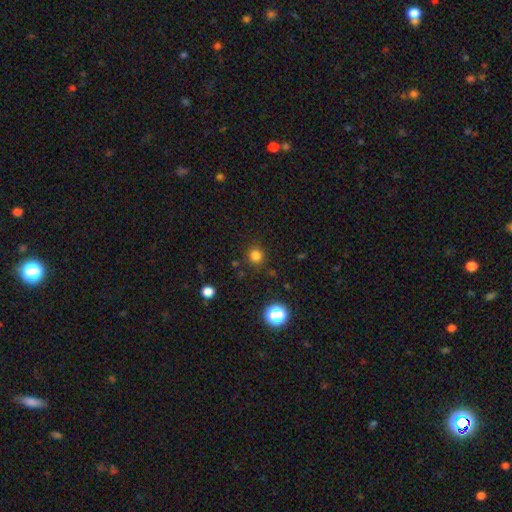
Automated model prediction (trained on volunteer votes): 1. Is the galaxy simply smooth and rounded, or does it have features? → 79% smooth, 16% star or artifact, 4% featured or disk.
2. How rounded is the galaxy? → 93% round, 6% in between, 1% cigar-shaped.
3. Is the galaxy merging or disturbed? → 88% none, 7% minor disturbance, 3% major disturbance, 2% merger.